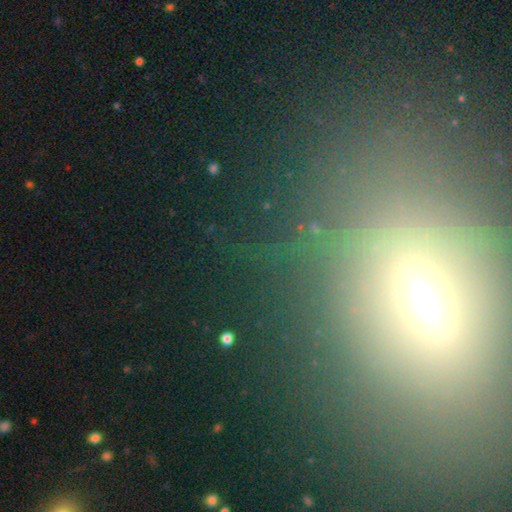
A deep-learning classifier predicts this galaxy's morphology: smooth-or-featured: star or artifact: 58% | smooth: 24% | featured or disk: 18%